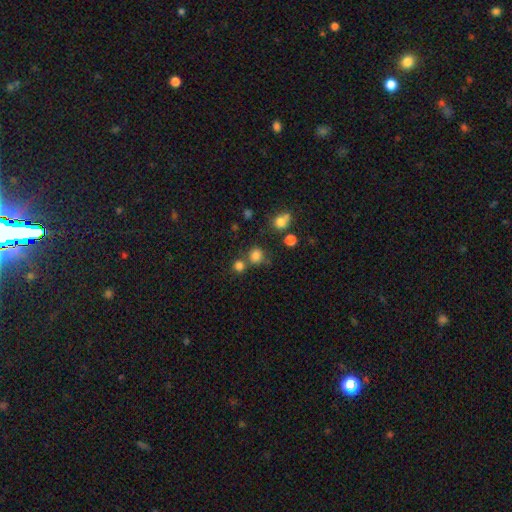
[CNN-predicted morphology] A smooth galaxy with no disk features (78%) that is round (87%). Merging: none (65%).